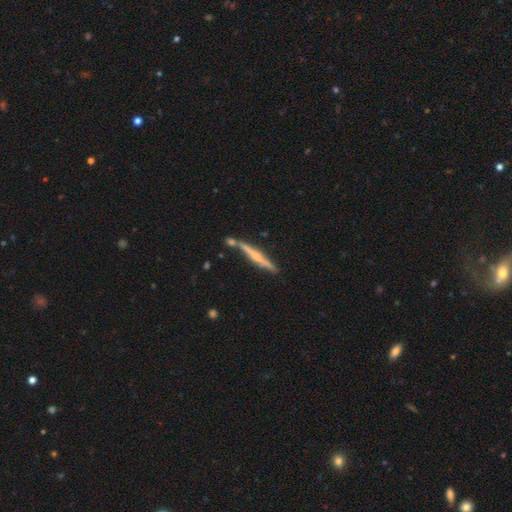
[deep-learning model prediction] A featured or disk galaxy (66%) viewed edge-on (96%) with a rounded central bulge (65%).

Vote fractions:
- Smooth or featured? featured or disk: 66% / smooth: 28% / star or artifact: 6%
- Edge-on disk? yes: 96% / no: 4%
- Edge-on bulge? rounded: 65% / none: 23% / boxy: 12%
- Merging? none: 70% / minor disturbance: 13% / merger: 13% / major disturbance: 3%